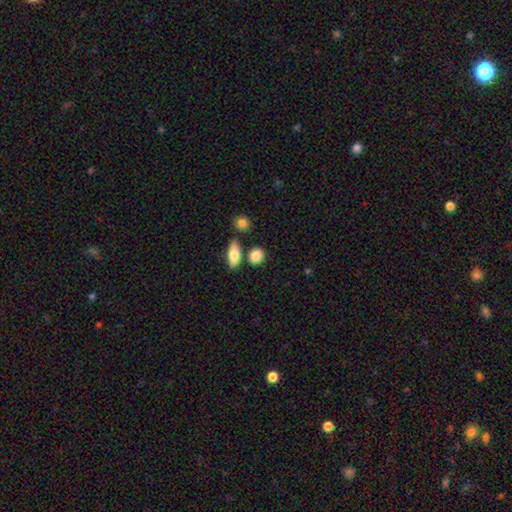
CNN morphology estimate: Smooth or featured? Predicted: smooth (p=0.86). How rounded? Predicted: round (p=0.52). Merging? Predicted: none (p=0.74).